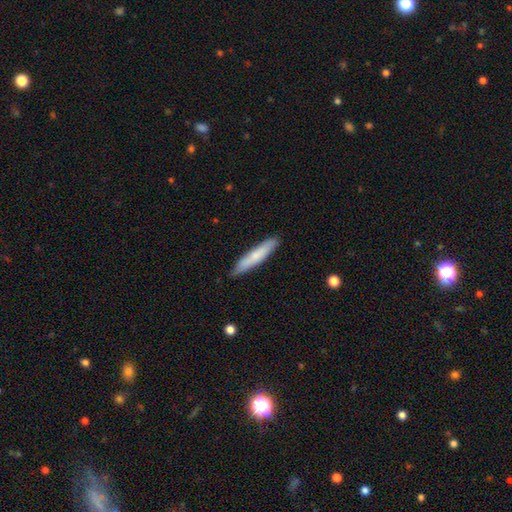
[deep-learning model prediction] Q: Smooth or featured?
A: smooth (70%); runner-up: featured or disk (24%)
Q: How rounded?
A: cigar-shaped (88%); runner-up: in between (10%)
Q: Merging?
A: none (87%); runner-up: minor disturbance (10%)